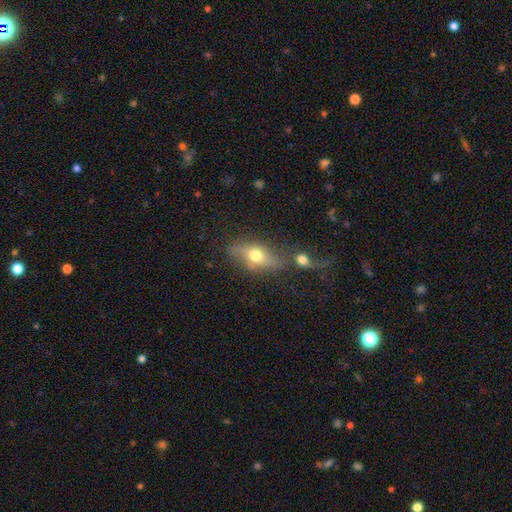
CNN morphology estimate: Smooth or featured: smooth — 47% (featured or disk — 43%)
Merging: none — 50% (merger — 23%)